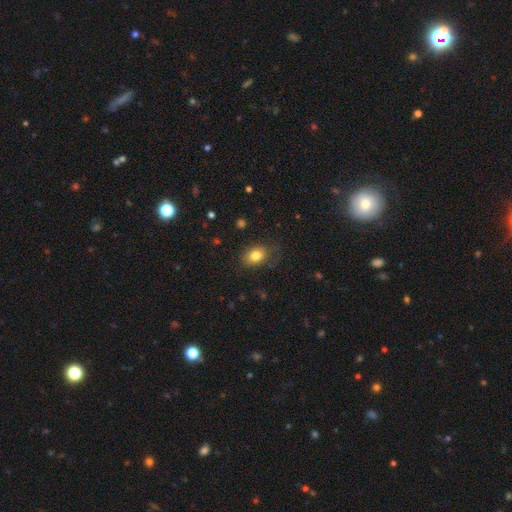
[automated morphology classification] Smooth or featured: smooth — 81% (star or artifact — 10%)
How rounded: in between — 70% (round — 29%)
Merging: none — 74% (minor disturbance — 18%)